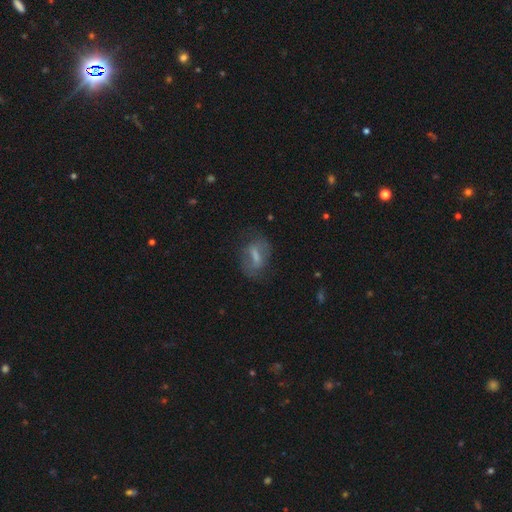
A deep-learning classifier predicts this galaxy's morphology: type=featured or disk (47%); merging=none (66%).